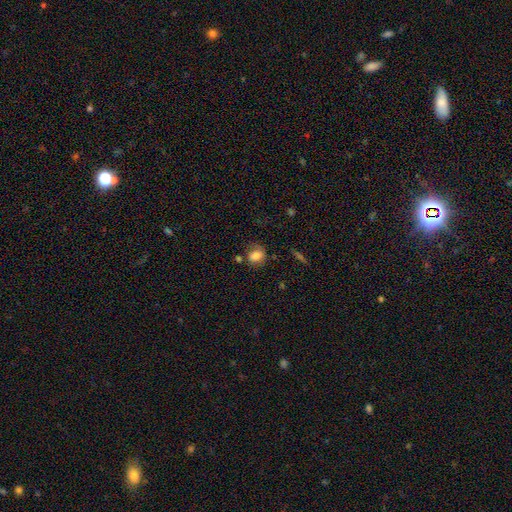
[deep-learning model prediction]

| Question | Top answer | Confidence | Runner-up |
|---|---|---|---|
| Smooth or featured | smooth | 79% | featured or disk (11%) |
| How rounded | round | 51% | in between (47%) |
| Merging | none | 60% | minor disturbance (23%) |